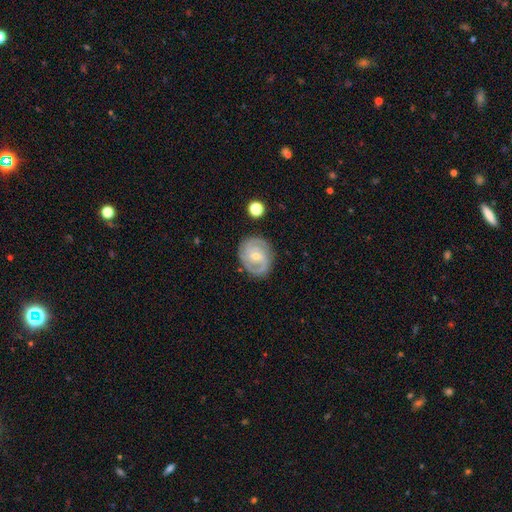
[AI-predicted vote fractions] Smooth or featured? featured or disk (85%)
Edge-on disk? no (98%)
Bar? weak (47%)
Spiral arms? yes (97%)
Spiral winding? tight (52%)
Spiral arm count? 2 (46%)
Bulge size? small (58%)
Merging? none (81%)